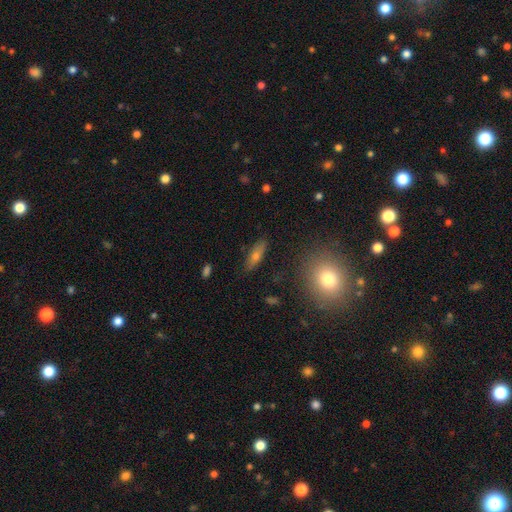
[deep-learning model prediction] Overall: smooth (57%; featured or disk 30%). How rounded: in between (48%; cigar-shaped 45%). Merging: none (87%).